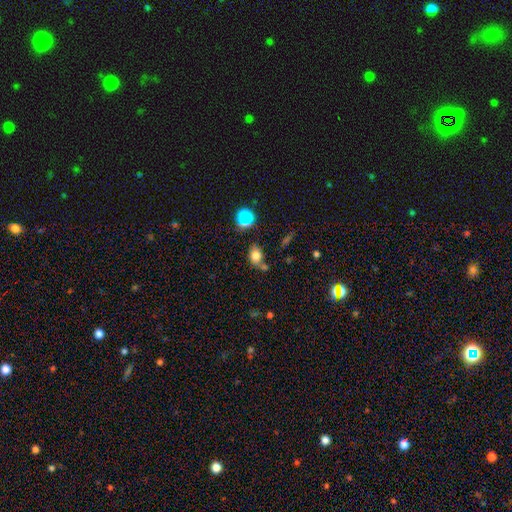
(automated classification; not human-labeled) Q: Smooth or featured?
A: smooth (76%); runner-up: star or artifact (14%)
Q: How rounded?
A: in between (61%); runner-up: round (38%)
Q: Merging?
A: none (62%); runner-up: merger (17%)